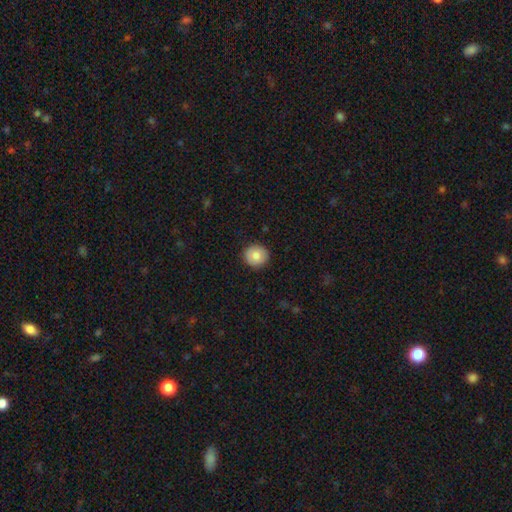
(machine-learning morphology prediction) smooth_or_featured: smooth (p=0.83) [alt: featured or disk p=0.09]
how_rounded: round (p=0.93) [alt: in between p=0.06]
merging: none (p=0.91) [alt: minor disturbance p=0.07]